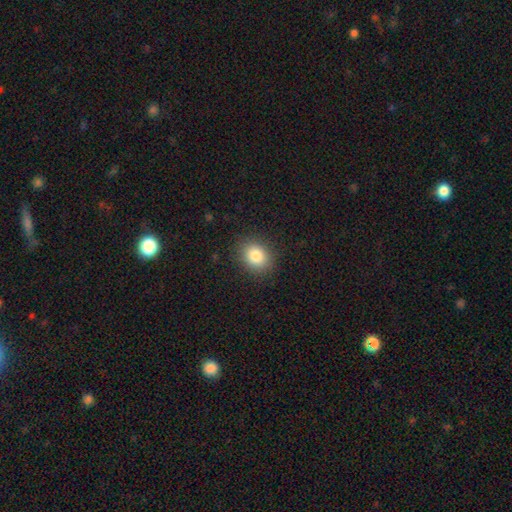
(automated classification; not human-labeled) smooth-or-featured: smooth: 84% | star or artifact: 10% | featured or disk: 7%
  how-rounded: round: 55% | in between: 44% | cigar-shaped: 1%
  merging: none: 88% | minor disturbance: 8% | major disturbance: 3% | merger: 1%